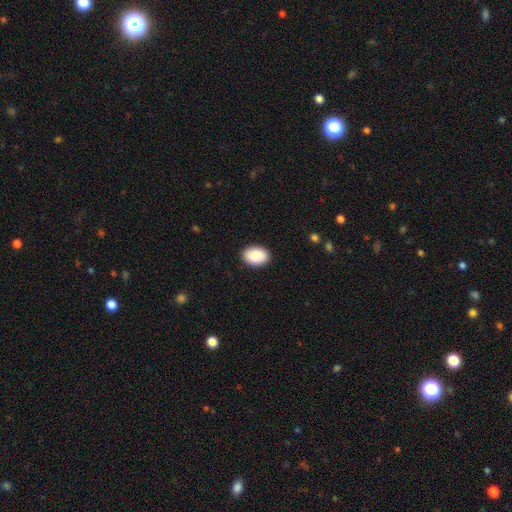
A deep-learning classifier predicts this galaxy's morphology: type=smooth (89%); roundness=in between (83%); merging=none (90%).